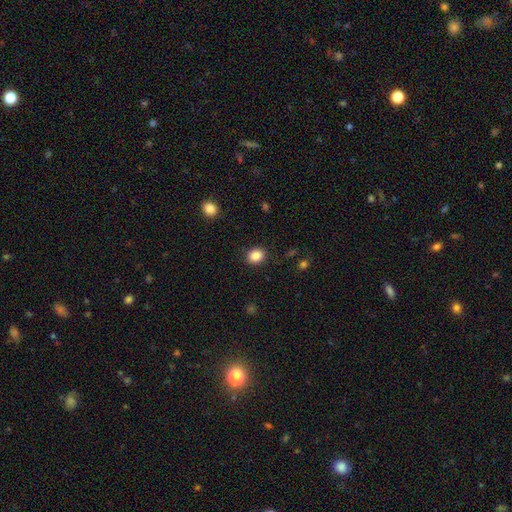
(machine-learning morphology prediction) A smooth galaxy with no disk features (87%) that is round (62%).

Vote fractions:
- Smooth or featured? smooth: 87% / star or artifact: 9% / featured or disk: 3%
- How rounded? round: 62% / in between: 37% / cigar-shaped: 1%
- Merging? none: 88% / minor disturbance: 8% / major disturbance: 3% / merger: 1%